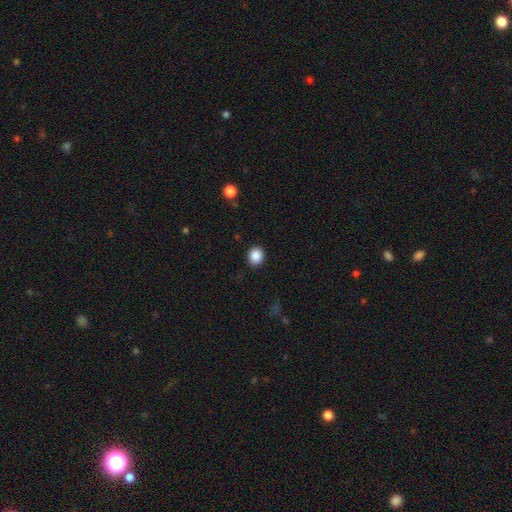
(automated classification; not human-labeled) A smooth galaxy with no disk features (88%) that is round (73%). Merging: none (91%).